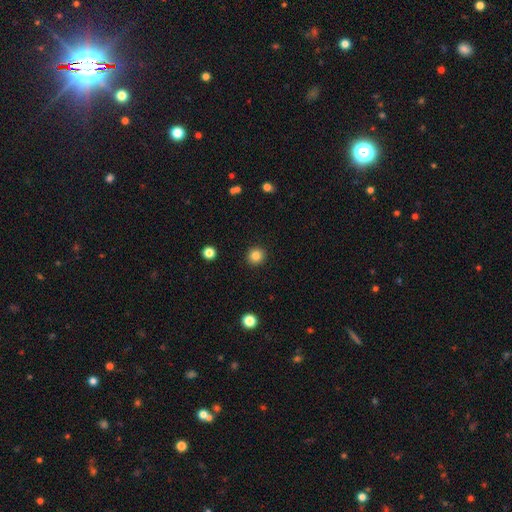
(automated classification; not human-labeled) Morphology: type=smooth (84%); roundness=round (93%); merging=none (92%).